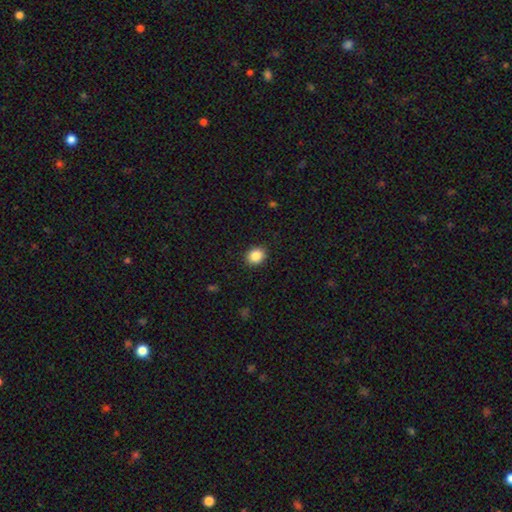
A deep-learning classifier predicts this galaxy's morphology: A smooth galaxy with no disk features (87%) that is round (62%). Merging: none (90%).